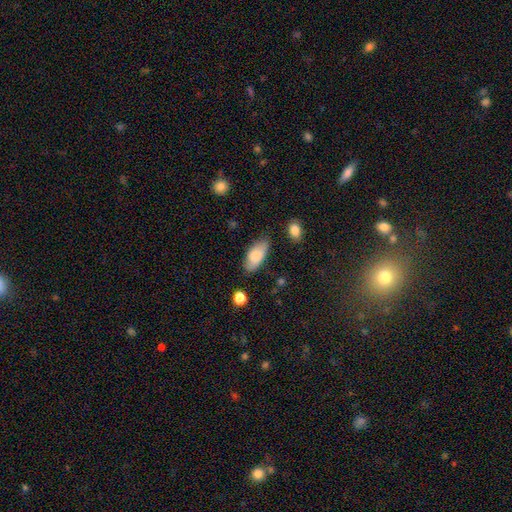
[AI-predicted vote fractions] Smooth or featured? smooth (79%)
How rounded? in between (89%)
Merging? none (77%)